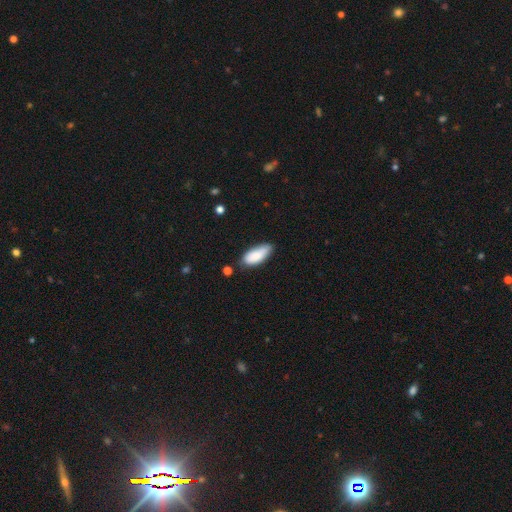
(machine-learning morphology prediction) A smooth galaxy with no disk features (86%) that is in between round and cigar-shaped (82%). Merging: none (69%).